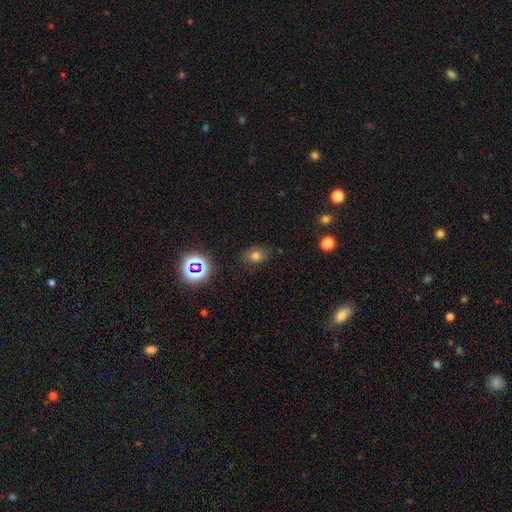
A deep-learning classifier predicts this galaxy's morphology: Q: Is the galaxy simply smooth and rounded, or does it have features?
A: smooth — 70%.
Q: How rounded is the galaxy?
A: in between — 66%.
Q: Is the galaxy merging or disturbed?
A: none — 80%.